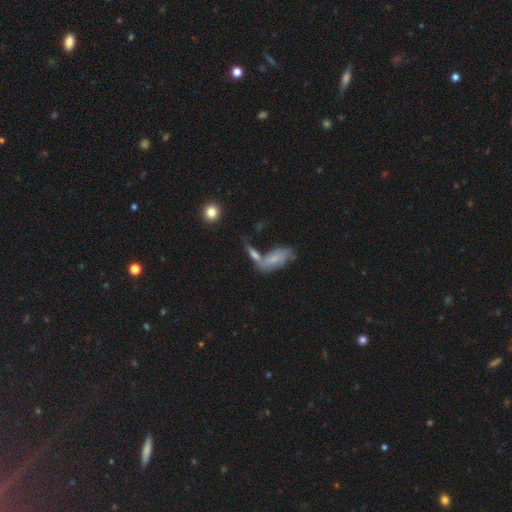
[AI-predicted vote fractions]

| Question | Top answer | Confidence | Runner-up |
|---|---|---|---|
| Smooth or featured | smooth | 38% | featured or disk (34%) |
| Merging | none | 42% | merger (29%) |